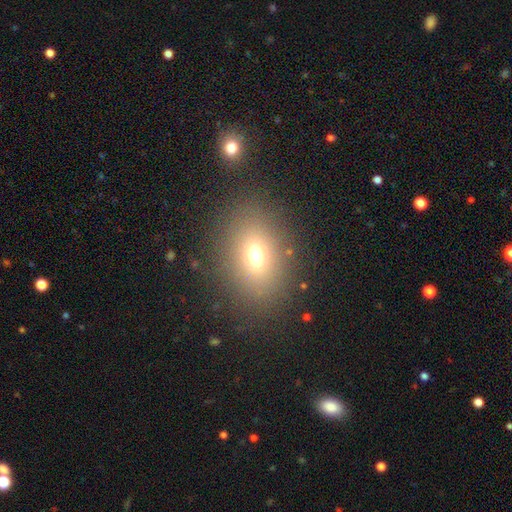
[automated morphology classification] Overall: smooth (69%). How rounded: in between (66%; round 32%). Merging: none (84%).